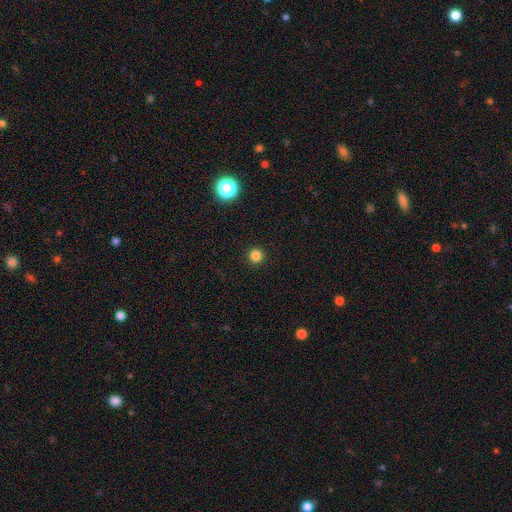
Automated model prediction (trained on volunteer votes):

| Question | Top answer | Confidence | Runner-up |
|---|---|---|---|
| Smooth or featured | smooth | 82% | star or artifact (14%) |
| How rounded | round | 96% | in between (3%) |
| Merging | none | 94% | minor disturbance (4%) |